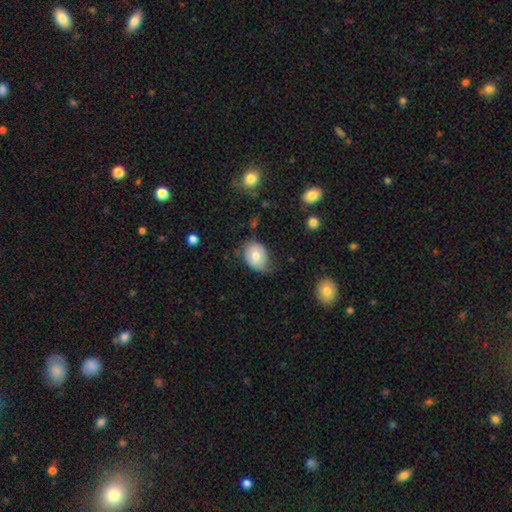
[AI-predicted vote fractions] Smooth or featured: smooth — 69% (featured or disk — 23%)
How rounded: in between — 56% (round — 43%)
Merging: none — 51% (minor disturbance — 36%)